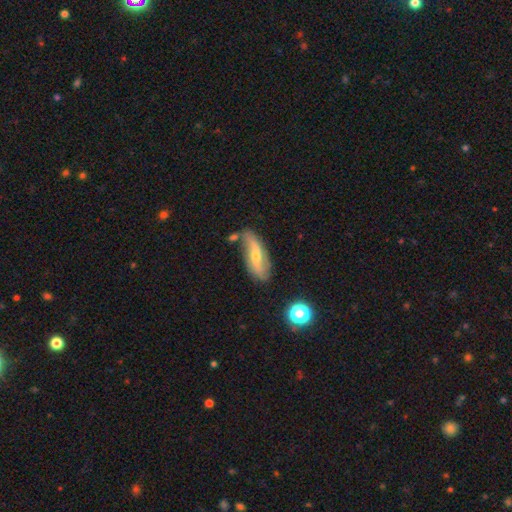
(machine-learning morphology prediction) Smooth or featured? featured or disk (63%)
Edge-on disk? no (78%)
Merging? none (60%)